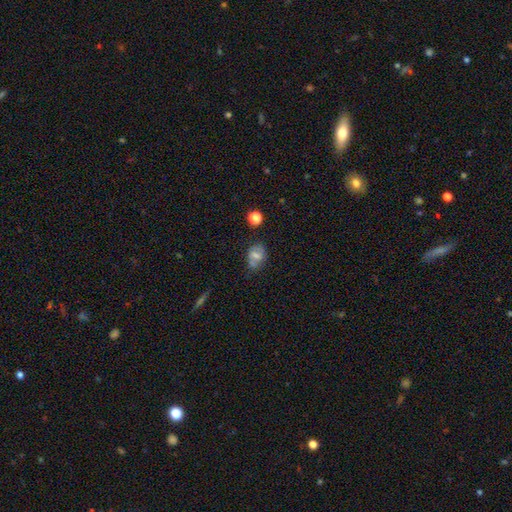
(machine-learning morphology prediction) Q: Smooth or featured?
A: smooth (55%); runner-up: featured or disk (33%)
Q: How rounded?
A: in between (62%); runner-up: round (36%)
Q: Merging?
A: none (62%); runner-up: minor disturbance (22%)